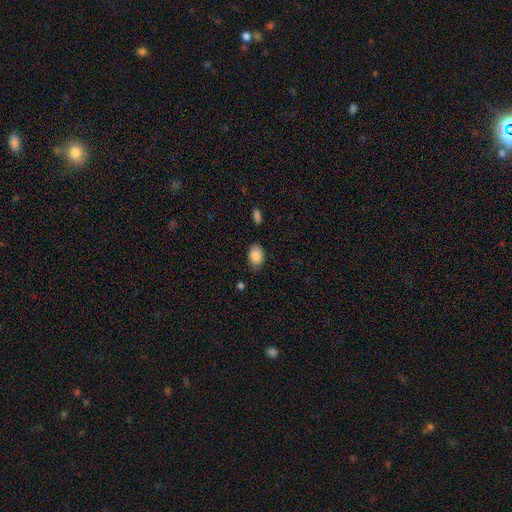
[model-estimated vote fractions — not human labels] Overall: smooth (88%). How rounded: in between (85%). Merging: none (79%).